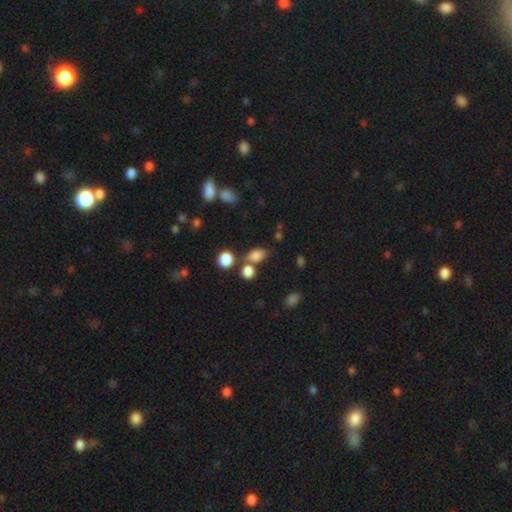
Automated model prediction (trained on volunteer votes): smooth_or_featured: smooth (p=0.80) [alt: star or artifact p=0.13]
how_rounded: in between (p=0.74) [alt: round p=0.23]
merging: none (p=0.56) [alt: merger p=0.25]